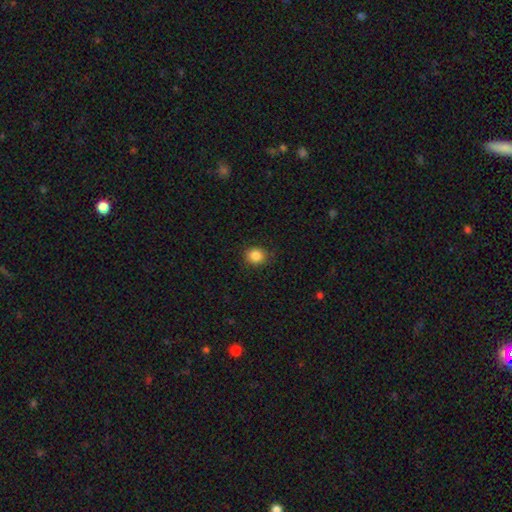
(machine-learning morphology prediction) The model was most divided on "how rounded": round: 75%, in between: 24%, cigar-shaped: 1%. More confident: merging — none (86%); smooth or featured — smooth (86%).